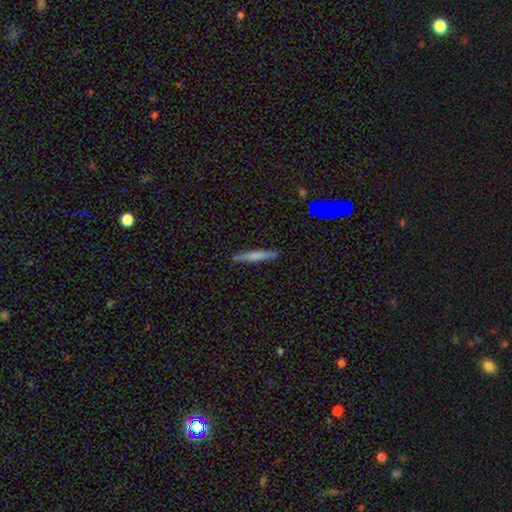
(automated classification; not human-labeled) smooth-or-featured: smooth: 64% | featured or disk: 28% | star or artifact: 8%
  how-rounded: cigar-shaped: 93% | in between: 5% | round: 2%
  merging: none: 89% | minor disturbance: 8% | major disturbance: 2% | merger: 1%